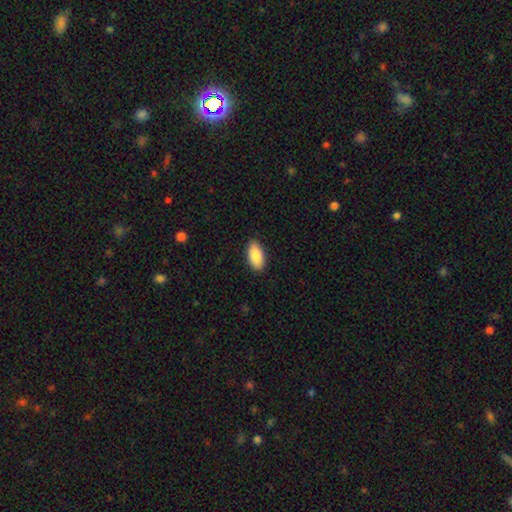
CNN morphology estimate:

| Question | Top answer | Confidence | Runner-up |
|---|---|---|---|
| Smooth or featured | smooth | 89% | star or artifact (6%) |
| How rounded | in between | 93% | cigar-shaped (5%) |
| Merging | none | 89% | minor disturbance (8%) |